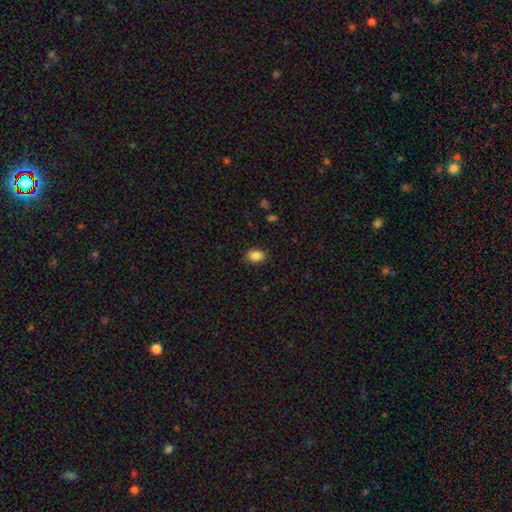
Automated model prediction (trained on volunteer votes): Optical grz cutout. It shows a smooth galaxy with no disk features (86%) that is in between round and cigar-shaped (71%). Merging: none (88%).